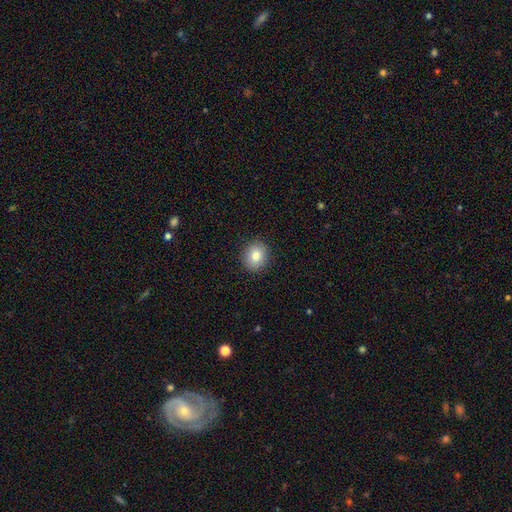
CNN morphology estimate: Smooth or featured: smooth — 84% (star or artifact — 8%)
How rounded: round — 70% (in between — 29%)
Merging: none — 90% (minor disturbance — 7%)